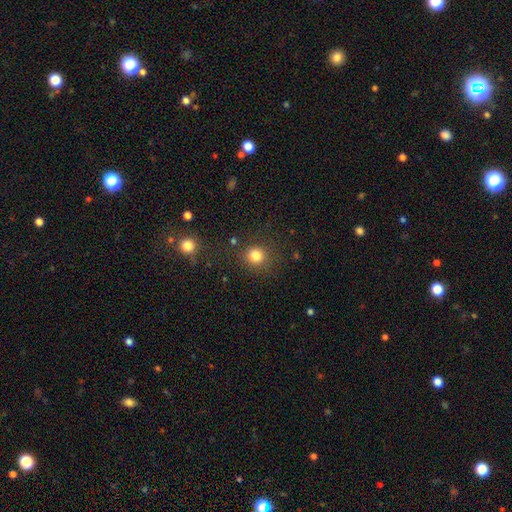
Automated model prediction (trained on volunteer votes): A smooth galaxy with no disk features (82%) that is round (88%). Merging: none (82%).